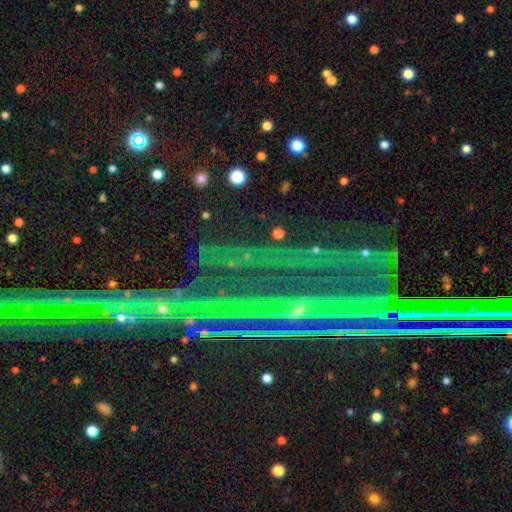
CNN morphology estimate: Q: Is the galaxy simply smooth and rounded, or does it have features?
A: star or artifact — 71%.